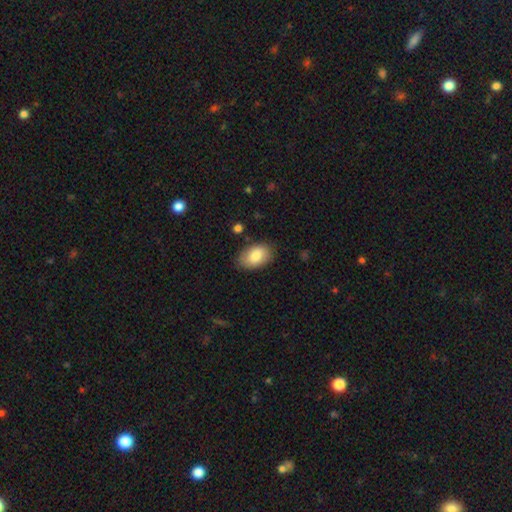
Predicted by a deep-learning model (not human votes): Smooth or featured? smooth (84%)
How rounded? in between (92%)
Merging? none (82%)